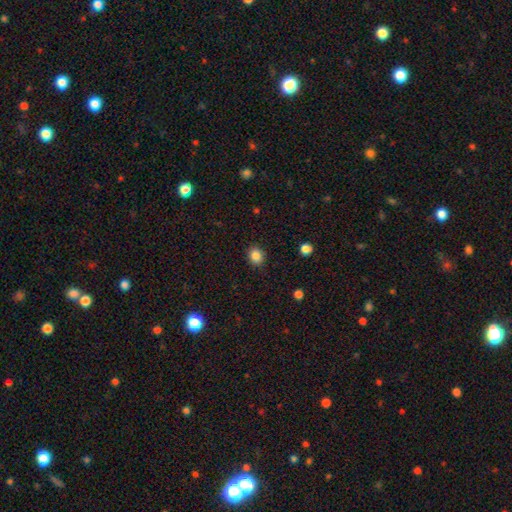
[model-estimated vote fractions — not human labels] smooth_or_featured: smooth (p=0.86) [alt: star or artifact p=0.10]
how_rounded: round (p=0.65) [alt: in between p=0.34]
merging: none (p=0.87) [alt: minor disturbance p=0.09]